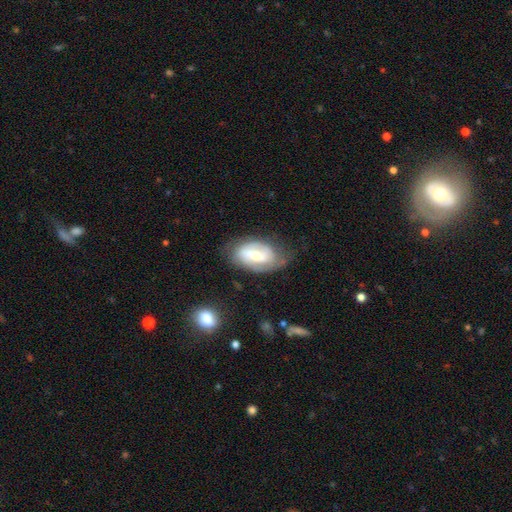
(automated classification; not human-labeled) Smooth or featured?
  - featured or disk: 68% *
  - smooth: 26%
  - star or artifact: 6%
Edge-on disk?
  - no: 95% *
  - yes: 5%
Bar?
  - weak: 44% *
  - strong: 29%
  - no: 27%
Spiral arms?
  - yes: 82% *
  - no: 18%
Spiral winding?
  - medium: 41% *
  - tight: 39%
  - loose: 20%
Spiral arm count?
  - 2: 66% *
  - can't tell: 21%
  - 1: 6%
  - 3: 4%
  - 4: 1%
  - more than 4: 1%
Bulge size?
  - moderate: 47% *
  - small: 45%
  - large: 5%
  - none: 2%
  - dominant: 1%
Merging?
  - none: 61% *
  - minor disturbance: 26%
  - major disturbance: 11%
  - merger: 2%